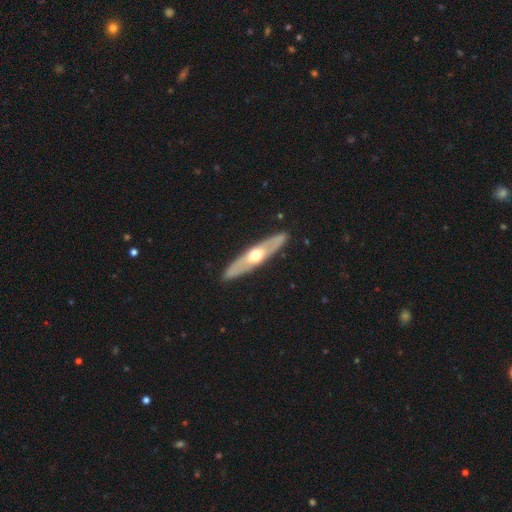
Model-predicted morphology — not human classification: Smooth or featured?
  - featured or disk: 61% *
  - smooth: 34%
  - star or artifact: 4%
Edge-on disk?
  - yes: 68% *
  - no: 32%
Merging?
  - none: 90% *
  - minor disturbance: 7%
  - major disturbance: 2%
  - merger: 1%